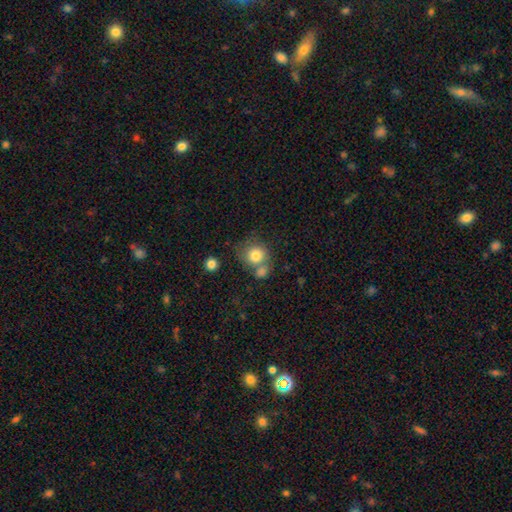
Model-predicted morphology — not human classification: The model was most divided on "merging": none: 47%, merger: 35%, minor disturbance: 12%, major disturbance: 6%. More confident: how rounded — round (85%); smooth or featured — smooth (80%).